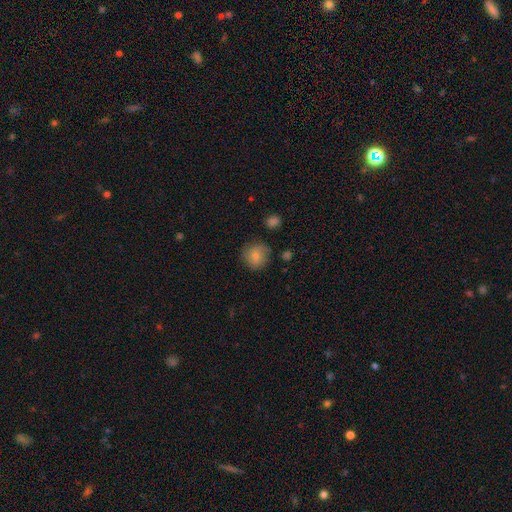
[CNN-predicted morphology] Q: Smooth or featured?
A: smooth (78%); runner-up: featured or disk (14%)
Q: How rounded?
A: round (90%); runner-up: in between (9%)
Q: Merging?
A: none (79%); runner-up: minor disturbance (15%)